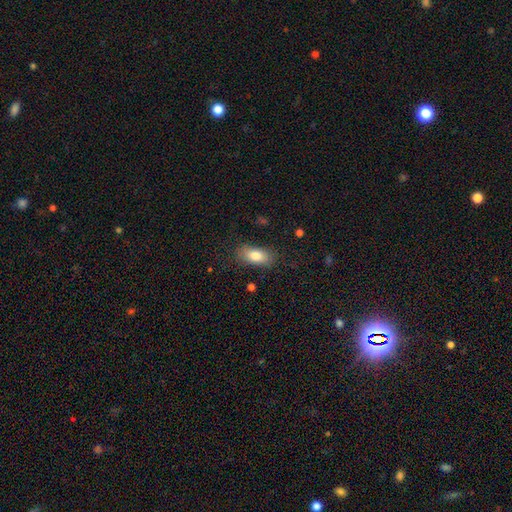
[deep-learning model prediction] Overall: smooth (81%). How rounded: in between (87%). Merging: none (80%).